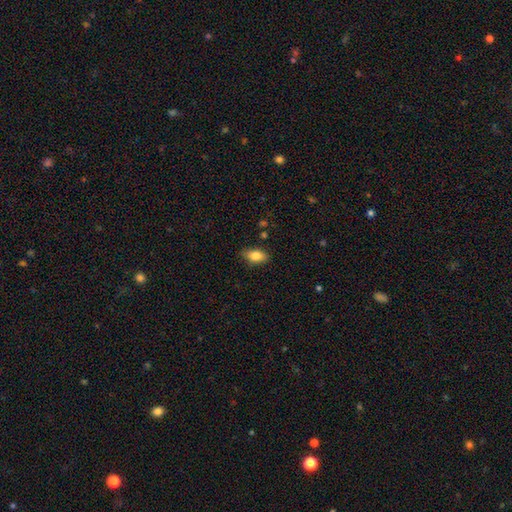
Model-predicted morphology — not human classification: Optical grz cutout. It shows a smooth galaxy with no disk features (81%) that is in between round and cigar-shaped (87%). Merging: none (84%).